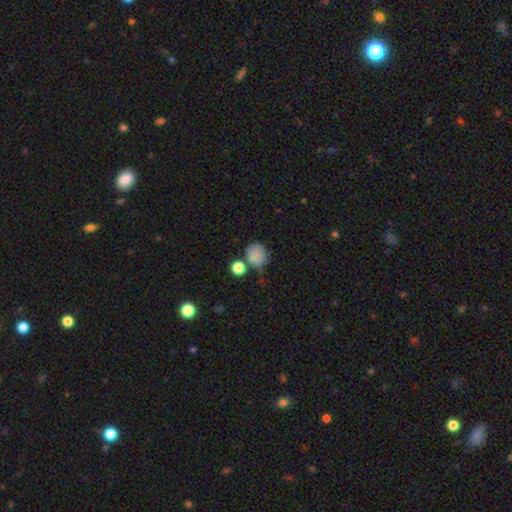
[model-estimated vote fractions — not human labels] smooth 78%, featured or disk 11%, star or artifact 11%. Down the decision tree: how rounded — round (79%); merging — none (55%).